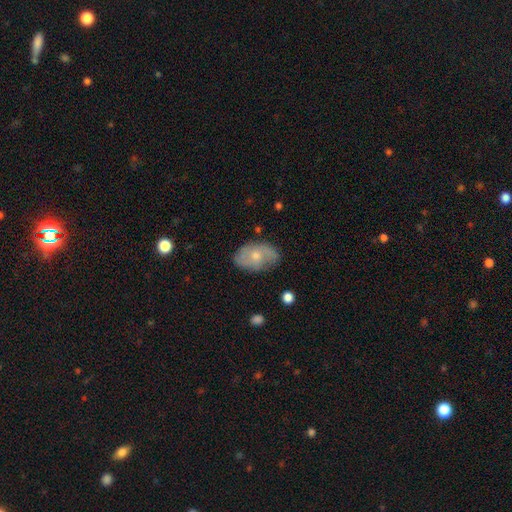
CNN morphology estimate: A smooth galaxy with no disk features (47%). Merging: none (69%).